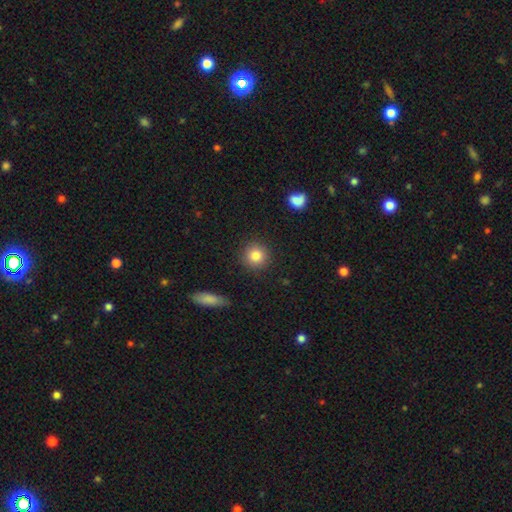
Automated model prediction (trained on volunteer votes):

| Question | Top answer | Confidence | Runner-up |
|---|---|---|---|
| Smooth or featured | smooth | 84% | star or artifact (9%) |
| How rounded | round | 93% | in between (6%) |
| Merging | none | 91% | minor disturbance (6%) |